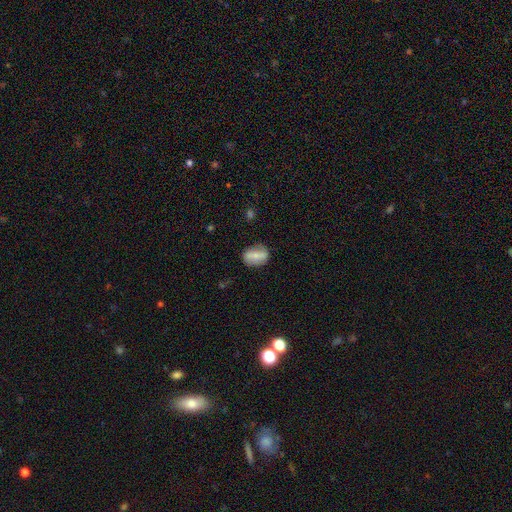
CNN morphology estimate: This appears to be a smooth galaxy with no disk features (53%) that is in between round and cigar-shaped (70%). Merging: none (78%).